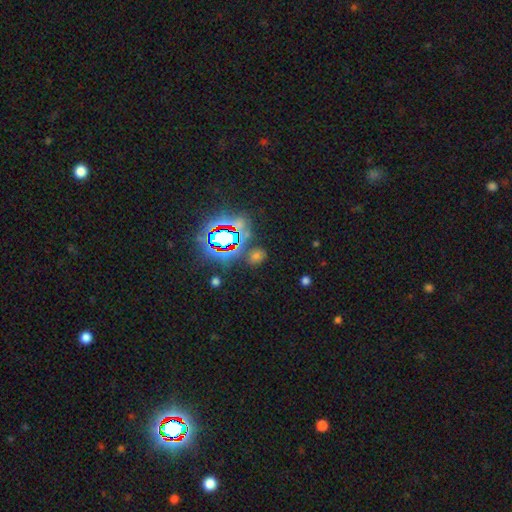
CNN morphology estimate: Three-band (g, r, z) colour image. It shows a smooth galaxy with no disk features (49%). Merging: none (77%).